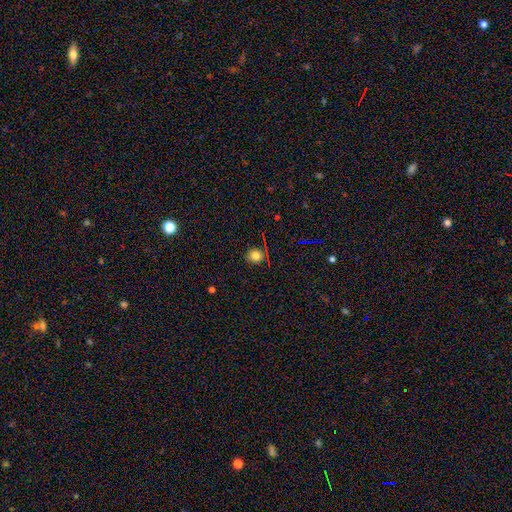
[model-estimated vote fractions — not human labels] Overall: smooth (78%). How rounded: round (84%). Merging: none (85%).